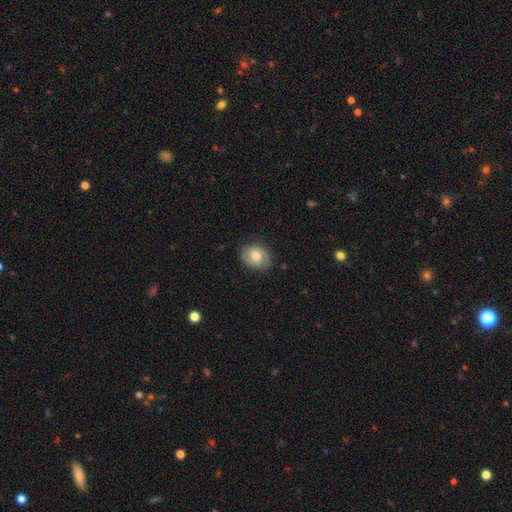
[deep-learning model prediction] Smooth or featured? smooth (56%)
How rounded? round (52%)
Merging? none (79%)